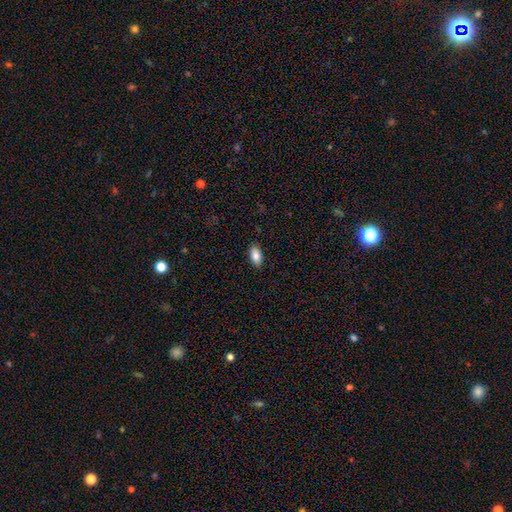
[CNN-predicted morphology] This is clearly a smooth galaxy (85%). How rounded: clearly in between (93%). Merging: clearly none (87%).